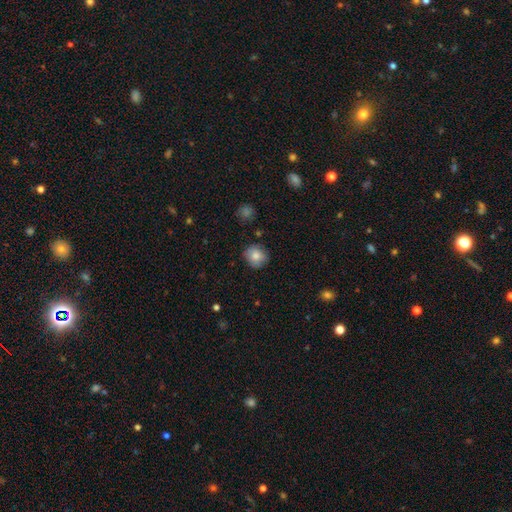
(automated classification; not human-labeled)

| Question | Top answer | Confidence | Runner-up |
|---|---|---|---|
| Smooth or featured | smooth | 81% | featured or disk (10%) |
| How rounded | round | 83% | in between (16%) |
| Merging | none | 79% | minor disturbance (16%) |